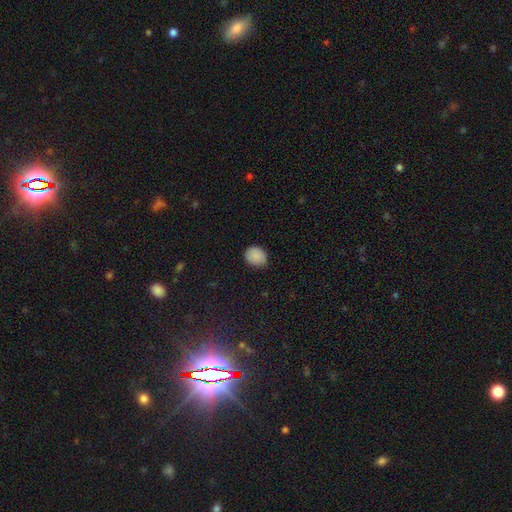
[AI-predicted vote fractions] A smooth galaxy with no disk features (88%) that is round (64%). Merging: none (83%).